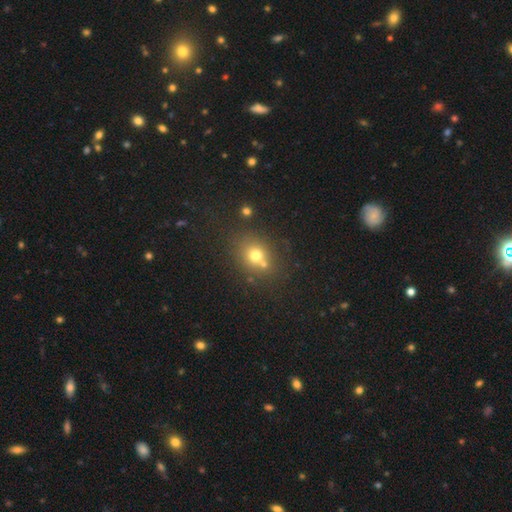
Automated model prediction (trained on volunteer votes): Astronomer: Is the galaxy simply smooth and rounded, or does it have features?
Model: smooth — 70%.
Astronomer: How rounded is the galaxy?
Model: round — 72%.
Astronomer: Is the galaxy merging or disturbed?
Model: none — 63%.